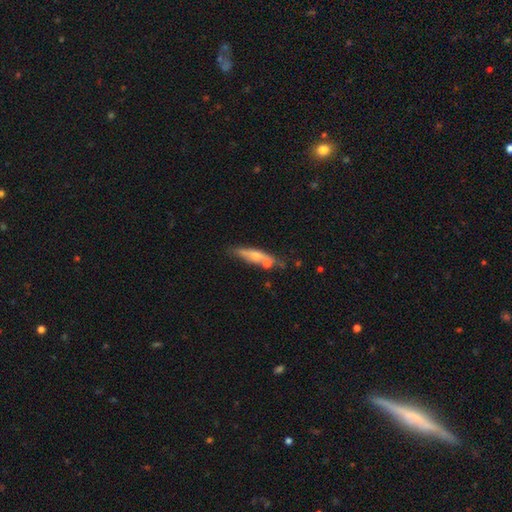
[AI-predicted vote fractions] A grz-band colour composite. It shows a smooth galaxy with no disk features (53%) that is cigar-shaped (75%). Merging: none (58%).